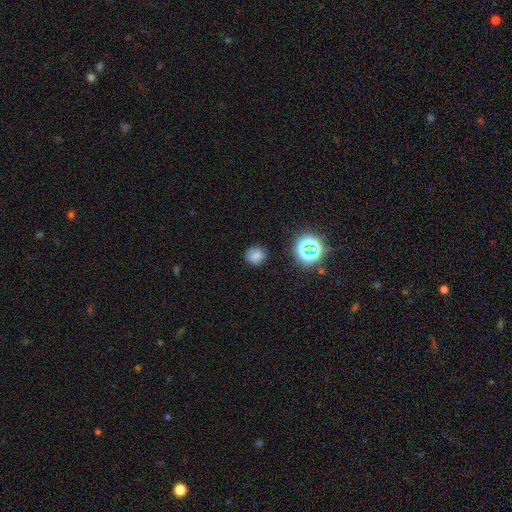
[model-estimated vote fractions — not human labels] Smooth or featured? Predicted: smooth (p=0.73). How rounded? Predicted: round (p=0.80). Merging? Predicted: none (p=0.80).